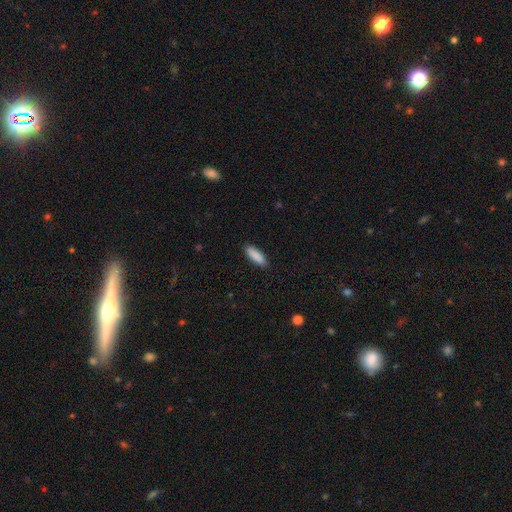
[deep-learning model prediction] smooth_or_featured: smooth (p=0.90) [alt: star or artifact p=0.06]
how_rounded: in between (p=0.52) [alt: cigar-shaped p=0.47]
merging: none (p=0.89) [alt: minor disturbance p=0.08]